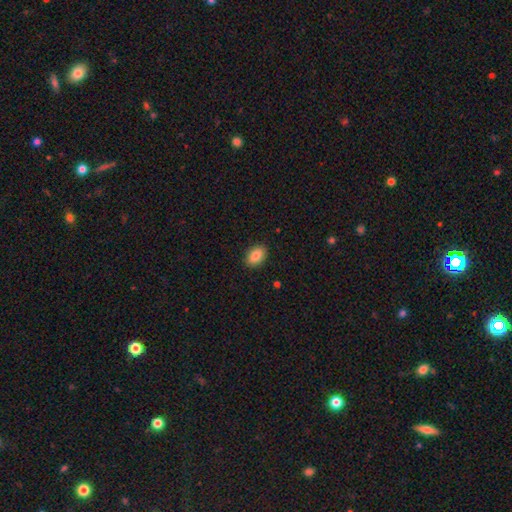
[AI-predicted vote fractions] smooth 86%, star or artifact 8%, featured or disk 6%. Down the decision tree: how rounded — in between (84%); merging — none (89%).